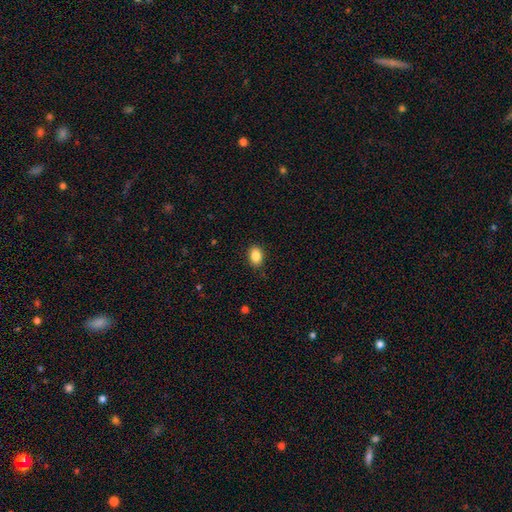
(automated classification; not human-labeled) Smooth or featured: smooth — 86% (star or artifact — 9%)
How rounded: in between — 78% (round — 21%)
Merging: none — 88% (minor disturbance — 9%)